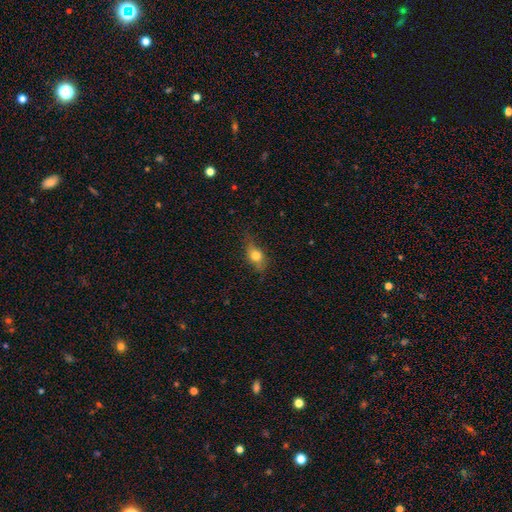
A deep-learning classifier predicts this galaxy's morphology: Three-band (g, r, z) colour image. It shows a smooth galaxy with no disk features (65%) that is in between round and cigar-shaped (66%). Merging: none (70%).